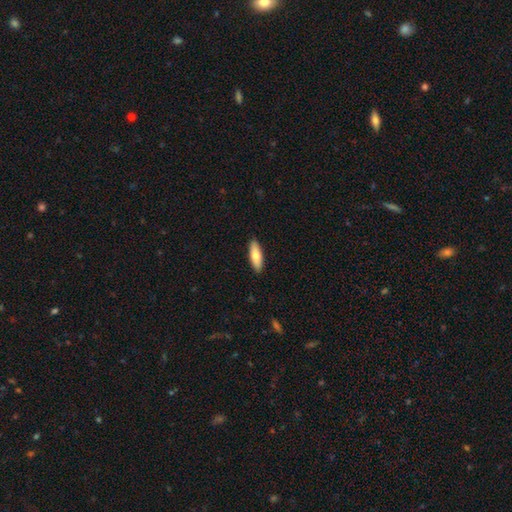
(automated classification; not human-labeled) This appears to be a smooth galaxy with no disk features (78%) that is in between round and cigar-shaped (50%). Merging: none (90%).